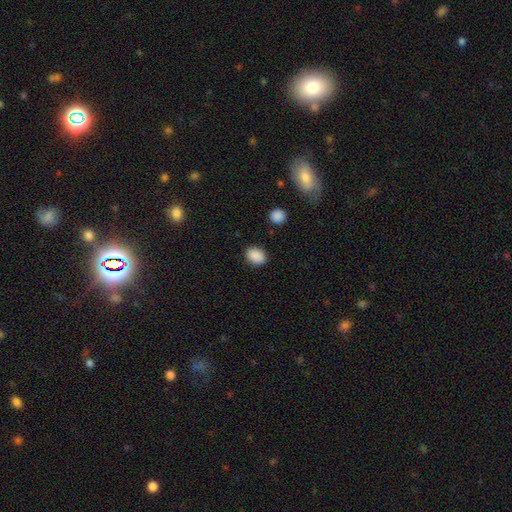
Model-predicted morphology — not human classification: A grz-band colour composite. It shows a smooth galaxy with no disk features (89%) that is in between round and cigar-shaped (64%). Merging: none (87%).